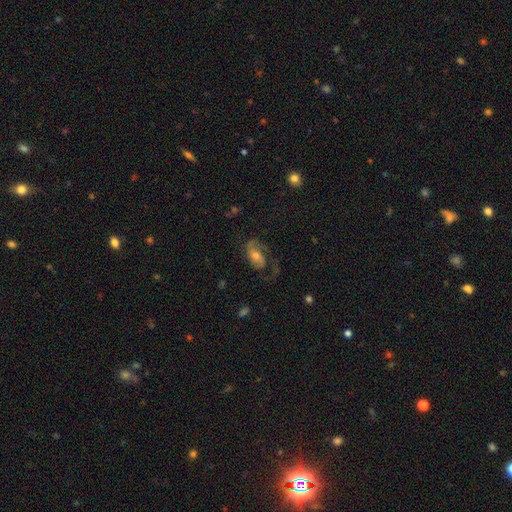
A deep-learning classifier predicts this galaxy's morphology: type=featured or disk (70%); edge-on=no (95%); bar=no (58%); spiral arms=yes (90%); winding=medium (43%); arm count=2 (60%); bulge=moderate (53%); merging=none (54%).